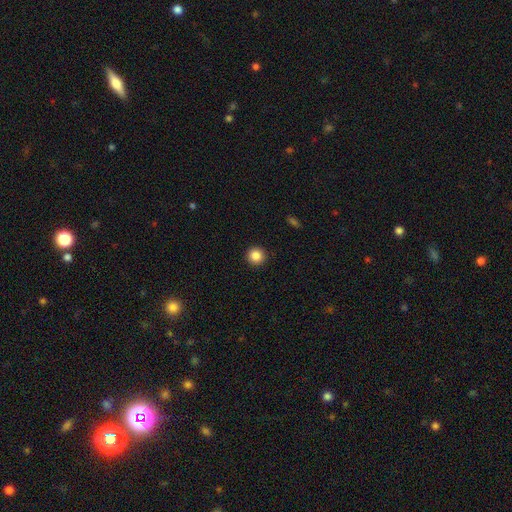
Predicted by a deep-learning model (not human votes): Overall: smooth (86%). How rounded: round (95%). Merging: none (93%).